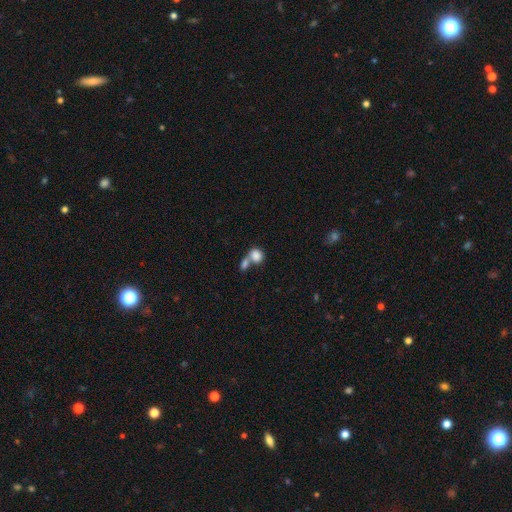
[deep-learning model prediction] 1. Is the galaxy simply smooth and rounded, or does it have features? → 83% smooth, 8% featured or disk, 8% star or artifact.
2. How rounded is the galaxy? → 60% round, 39% in between, 2% cigar-shaped.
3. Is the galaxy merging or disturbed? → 59% merger, 28% none, 8% minor disturbance, 5% major disturbance.